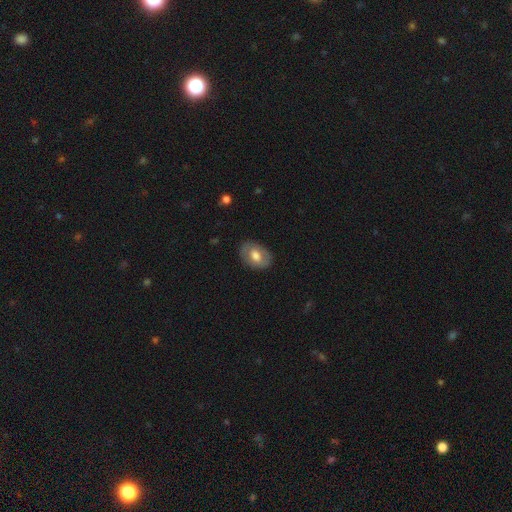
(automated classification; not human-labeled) Morphology: type=smooth (61%); roundness=in between (80%); merging=none (82%).